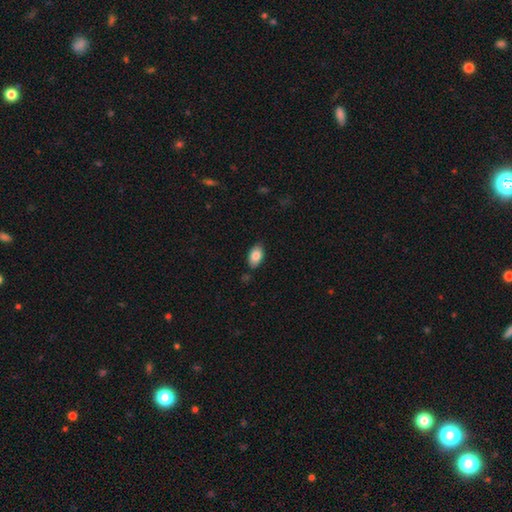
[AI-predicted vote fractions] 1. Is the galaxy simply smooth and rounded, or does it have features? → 84% smooth, 9% featured or disk, 7% star or artifact.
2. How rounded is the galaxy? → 93% in between, 5% round, 2% cigar-shaped.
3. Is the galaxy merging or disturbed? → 83% none, 12% minor disturbance, 2% major disturbance, 2% merger.